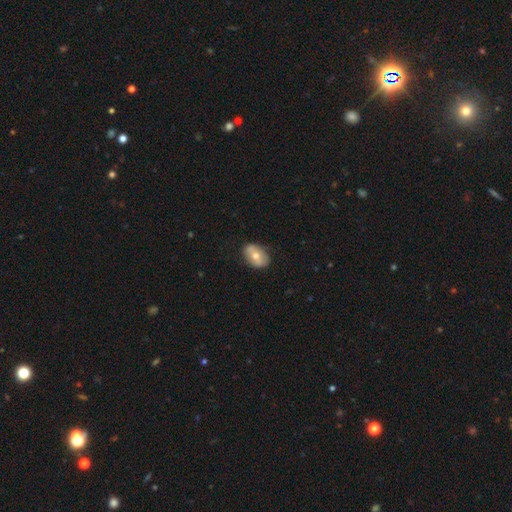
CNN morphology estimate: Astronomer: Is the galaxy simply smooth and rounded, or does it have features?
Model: smooth — 56% (runner-up: featured or disk, 36%).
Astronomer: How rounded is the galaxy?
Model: in between — 83%.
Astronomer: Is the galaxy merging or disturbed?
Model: none — 77%.